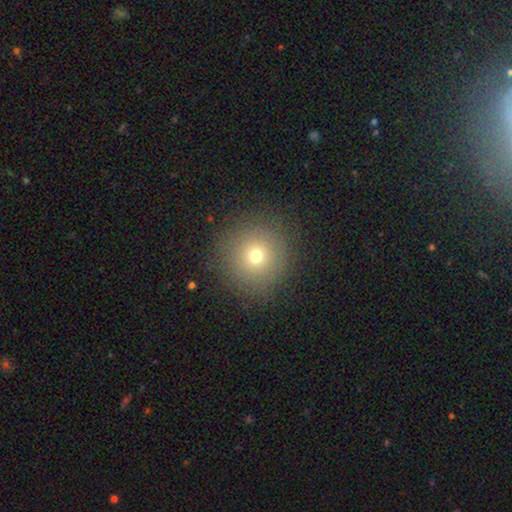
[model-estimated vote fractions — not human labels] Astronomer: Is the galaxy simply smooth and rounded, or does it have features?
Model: smooth — 69%.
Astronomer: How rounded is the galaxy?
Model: round — 95%.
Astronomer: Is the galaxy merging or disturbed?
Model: none — 87%.